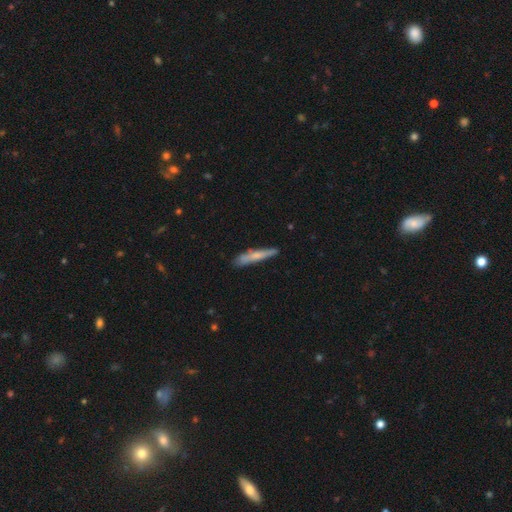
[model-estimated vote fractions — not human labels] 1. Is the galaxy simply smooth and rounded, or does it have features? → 60% smooth, 34% featured or disk, 6% star or artifact.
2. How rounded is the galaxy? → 93% cigar-shaped, 5% in between, 1% round.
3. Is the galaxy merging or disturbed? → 77% none, 17% minor disturbance, 3% major disturbance, 3% merger.